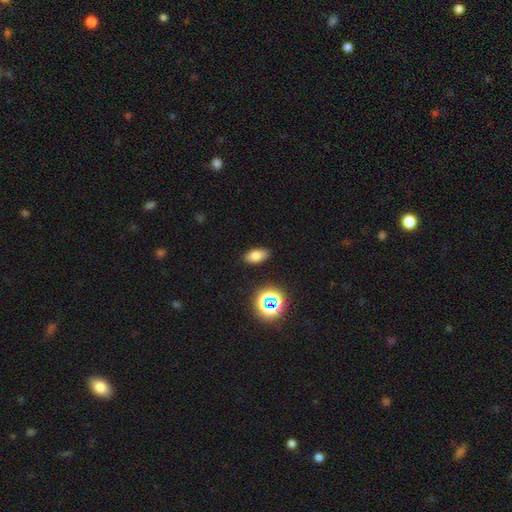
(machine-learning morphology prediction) smooth 74%, star or artifact 16%, featured or disk 10%. Down the decision tree: how rounded — in between (88%); merging — none (86%).